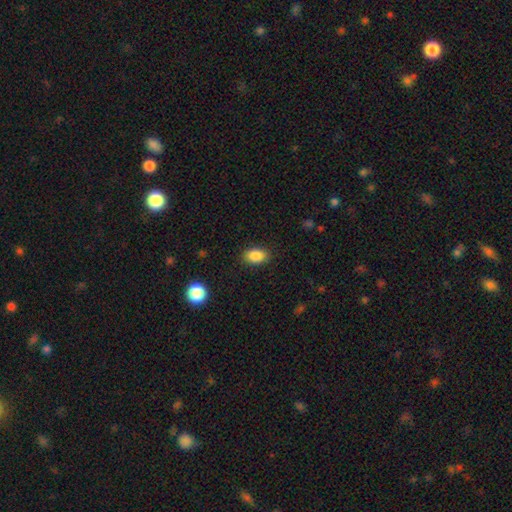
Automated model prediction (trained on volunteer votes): Morphology: type=smooth (88%); roundness=in between (87%); merging=none (87%).